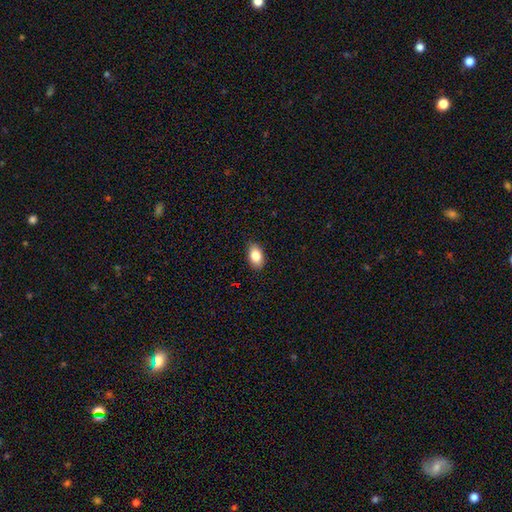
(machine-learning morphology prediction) Smooth or featured?
  - smooth: 85% *
  - star or artifact: 8%
  - featured or disk: 8%
How rounded?
  - in between: 90% *
  - round: 8%
  - cigar-shaped: 2%
Merging?
  - none: 87% *
  - minor disturbance: 10%
  - major disturbance: 2%
  - merger: 1%